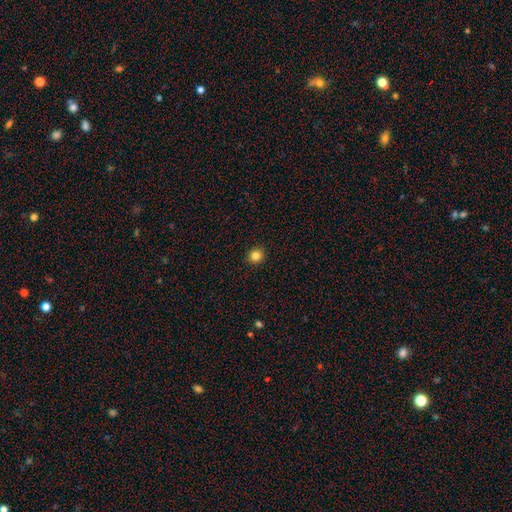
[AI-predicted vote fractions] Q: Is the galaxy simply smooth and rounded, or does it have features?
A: smooth — 83%.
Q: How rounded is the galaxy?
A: round — 89%.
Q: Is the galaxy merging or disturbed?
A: none — 92%.